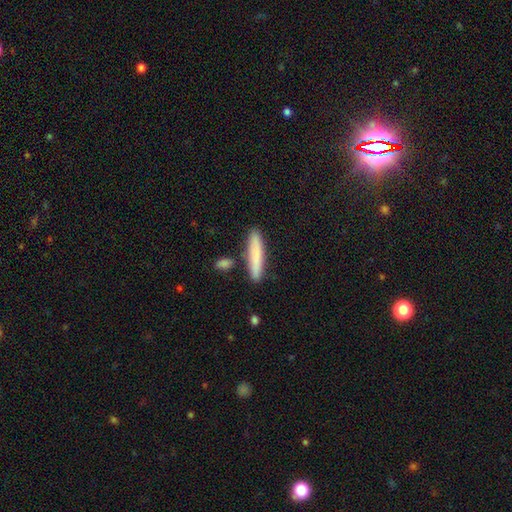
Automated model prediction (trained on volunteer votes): Q: Smooth or featured?
A: smooth (80%); runner-up: featured or disk (14%)
Q: How rounded?
A: cigar-shaped (90%); runner-up: in between (9%)
Q: Merging?
A: none (83%); runner-up: minor disturbance (10%)